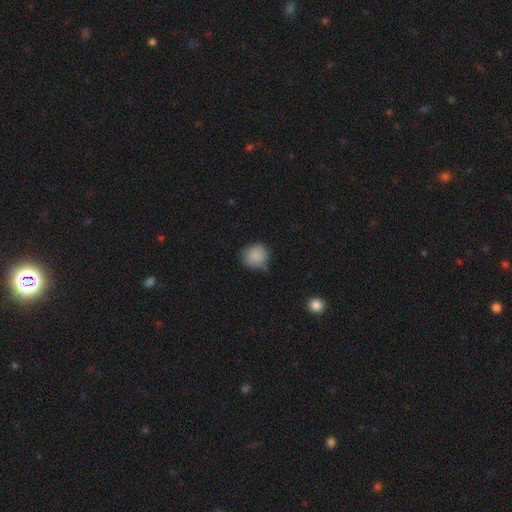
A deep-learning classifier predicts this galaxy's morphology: Smooth or featured: smooth — 87% (star or artifact — 8%)
How rounded: round — 88% (in between — 11%)
Merging: none — 66% (minor disturbance — 27%)